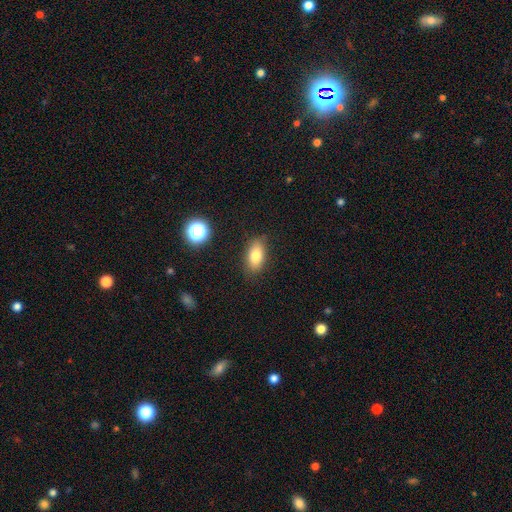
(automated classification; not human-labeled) This appears to be a smooth galaxy with no disk features (80%) that is in between round and cigar-shaped (87%). Merging: none (83%).